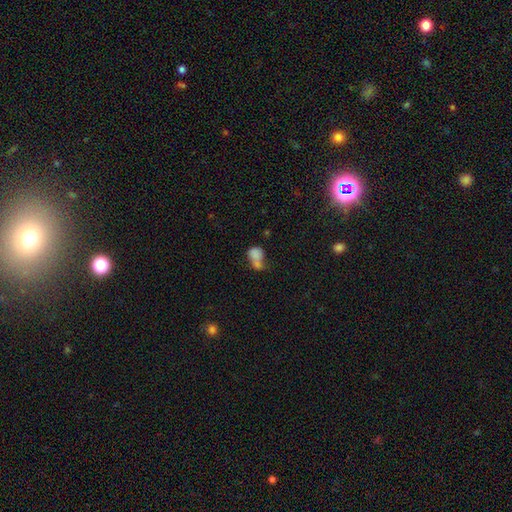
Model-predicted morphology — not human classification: A smooth galaxy with no disk features (76%) that is in between round and cigar-shaped (54%).

Vote fractions:
- Smooth or featured? smooth: 76% / featured or disk: 13% / star or artifact: 11%
- How rounded? in between: 54% / round: 44% / cigar-shaped: 2%
- Merging? merger: 56% / none: 21% / minor disturbance: 12% / major disturbance: 11%